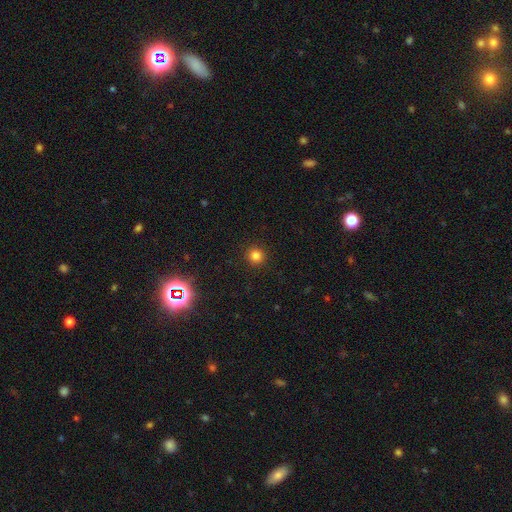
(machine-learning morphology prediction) Q: Smooth or featured?
A: smooth (82%); runner-up: star or artifact (14%)
Q: How rounded?
A: round (93%); runner-up: in between (6%)
Q: Merging?
A: none (92%); runner-up: minor disturbance (5%)